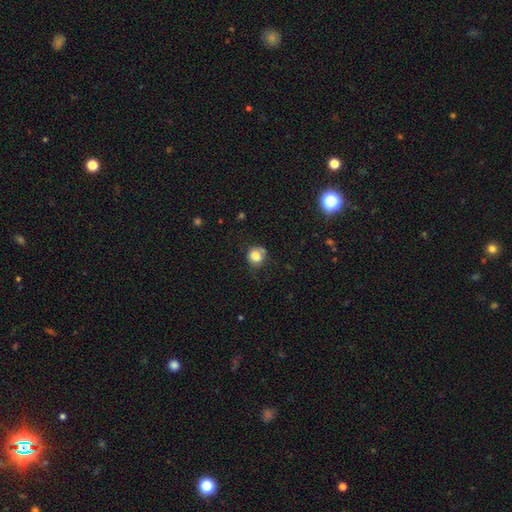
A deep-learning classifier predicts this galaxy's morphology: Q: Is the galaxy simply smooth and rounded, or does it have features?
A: smooth — 81%.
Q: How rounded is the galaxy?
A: round — 82%.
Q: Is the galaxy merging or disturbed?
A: none — 58%.